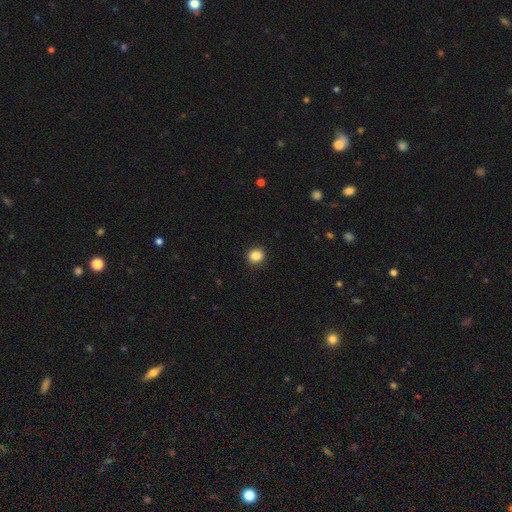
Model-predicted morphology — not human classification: smooth_or_featured: smooth (p=0.87) [alt: star or artifact p=0.10]
how_rounded: round (p=0.83) [alt: in between p=0.16]
merging: none (p=0.92) [alt: minor disturbance p=0.06]